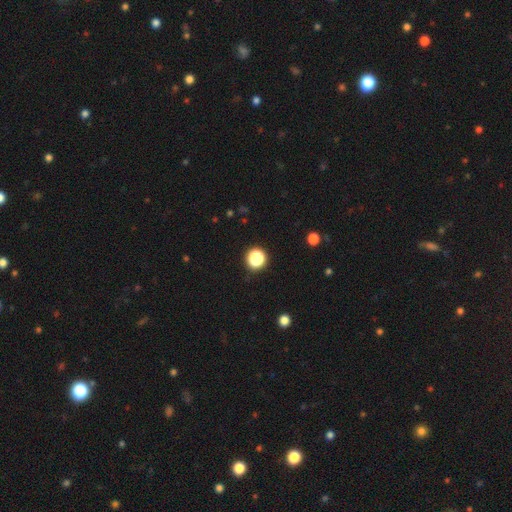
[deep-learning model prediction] smooth_or_featured: smooth (p=0.72) [alt: star or artifact p=0.22]
how_rounded: round (p=0.87) [alt: in between p=0.12]
merging: none (p=0.85) [alt: minor disturbance p=0.09]